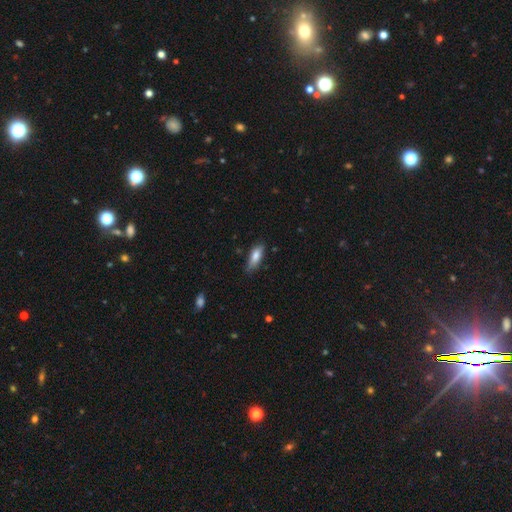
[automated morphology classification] Smooth or featured?
  - smooth: 77% *
  - featured or disk: 17%
  - star or artifact: 6%
How rounded?
  - in between: 65% *
  - cigar-shaped: 33%
  - round: 2%
Merging?
  - none: 74% *
  - minor disturbance: 21%
  - major disturbance: 3%
  - merger: 2%